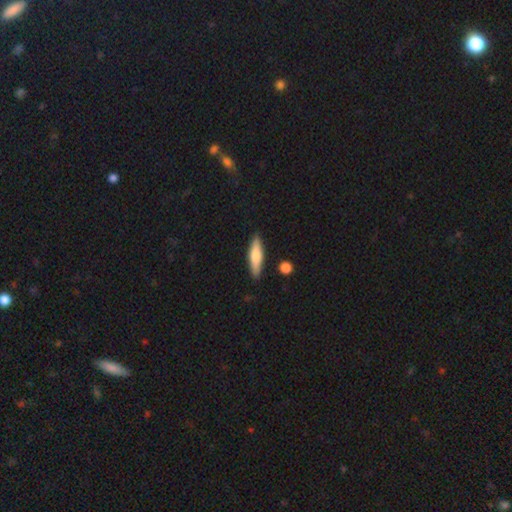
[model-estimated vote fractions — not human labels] Smooth or featured: smooth — 63% (featured or disk — 31%)
How rounded: cigar-shaped — 74% (in between — 24%)
Merging: none — 87% (minor disturbance — 9%)